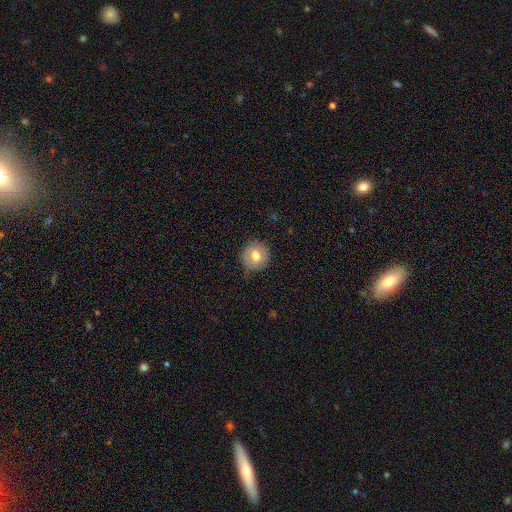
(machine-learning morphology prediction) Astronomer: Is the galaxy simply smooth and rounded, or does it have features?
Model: smooth — 69%.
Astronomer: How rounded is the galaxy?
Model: round — 90%.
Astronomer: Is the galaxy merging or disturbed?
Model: none — 80%.